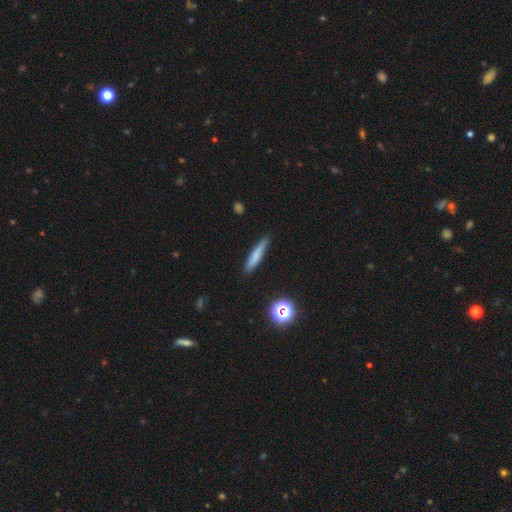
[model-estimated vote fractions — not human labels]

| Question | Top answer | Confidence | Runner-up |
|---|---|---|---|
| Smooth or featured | smooth | 72% | featured or disk (18%) |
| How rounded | cigar-shaped | 88% | in between (10%) |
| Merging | none | 79% | minor disturbance (16%) |